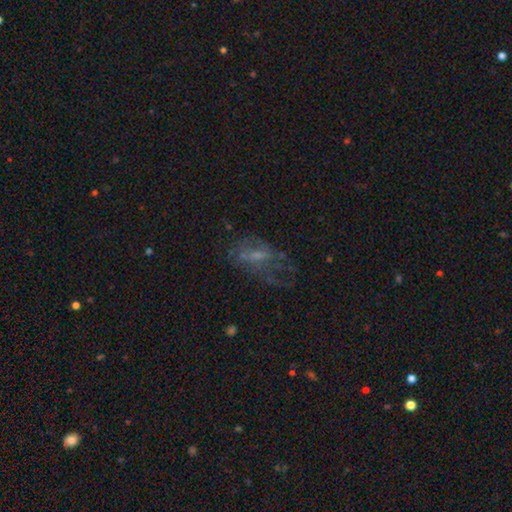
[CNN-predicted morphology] Smooth or featured? featured or disk (51%)
Edge-on disk? no (93%)
Merging? none (43%)